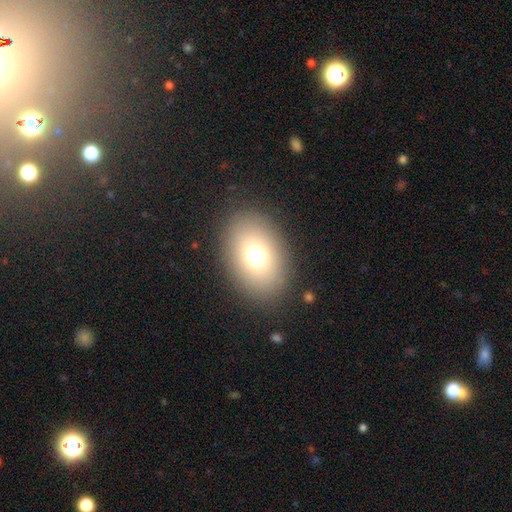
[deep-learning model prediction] This is likely a smooth galaxy (70%). How rounded: likely in between (70%). Merging: clearly none (87%).